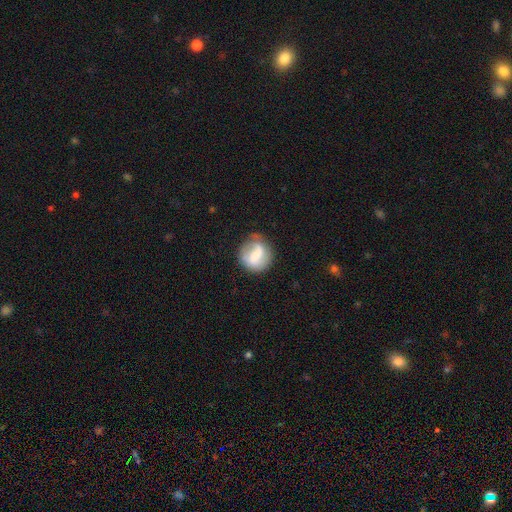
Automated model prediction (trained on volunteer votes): This appears to be a smooth galaxy with no disk features (47%). Merging: none (60%).